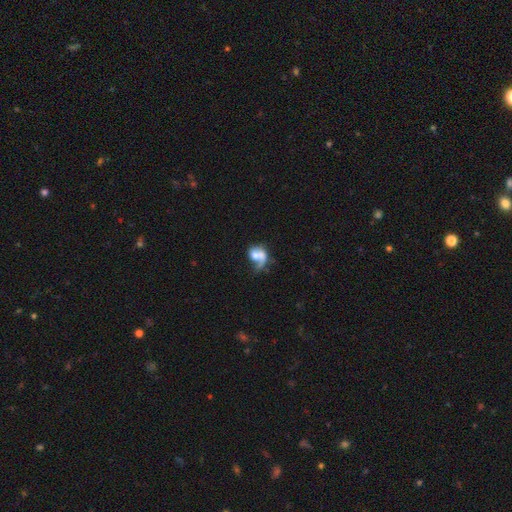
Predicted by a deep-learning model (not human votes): The model was most divided on "merging": merger: 34%, major disturbance: 31%, none: 22%, minor disturbance: 14%. Remaining: smooth or featured — smooth (47%).